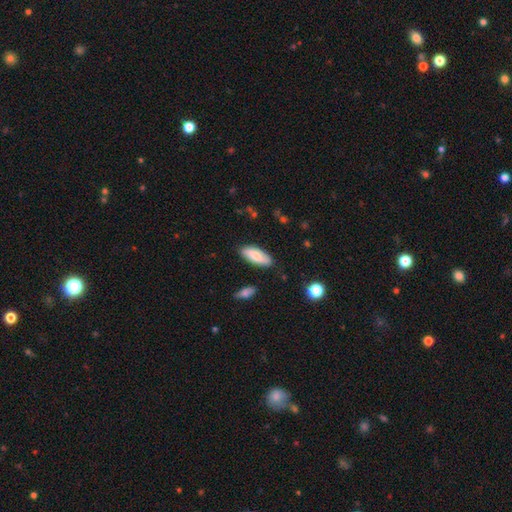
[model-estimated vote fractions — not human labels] Overall: smooth (76%). How rounded: in between (78%). Merging: none (83%).